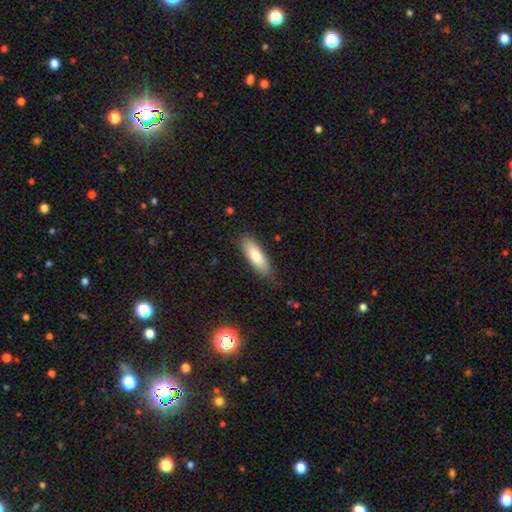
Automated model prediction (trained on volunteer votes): Q: Smooth or featured?
A: smooth (75%); runner-up: featured or disk (19%)
Q: How rounded?
A: in between (57%); runner-up: cigar-shaped (41%)
Q: Merging?
A: none (82%); runner-up: minor disturbance (14%)